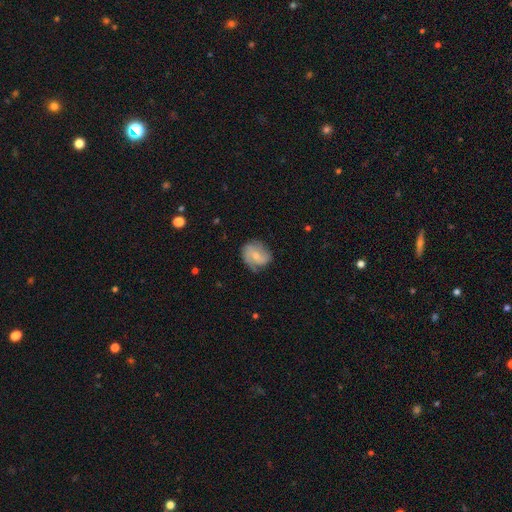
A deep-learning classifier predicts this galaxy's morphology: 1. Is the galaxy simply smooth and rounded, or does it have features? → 62% featured or disk, 32% smooth, 7% star or artifact.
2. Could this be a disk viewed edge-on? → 97% no, 3% yes.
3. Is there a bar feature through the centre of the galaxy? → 55% no, 38% weak, 8% strong.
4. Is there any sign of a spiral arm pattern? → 89% yes, 11% no.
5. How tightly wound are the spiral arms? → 43% medium, 30% tight, 27% loose.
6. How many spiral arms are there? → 55% 2, 19% can't tell, 15% 3, 6% 1, 3% 4, 3% more than 4.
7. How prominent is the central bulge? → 51% small, 44% moderate, 3% none, 2% large, 1% dominant.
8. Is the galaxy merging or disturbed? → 69% none, 23% minor disturbance, 7% major disturbance, 1% merger.